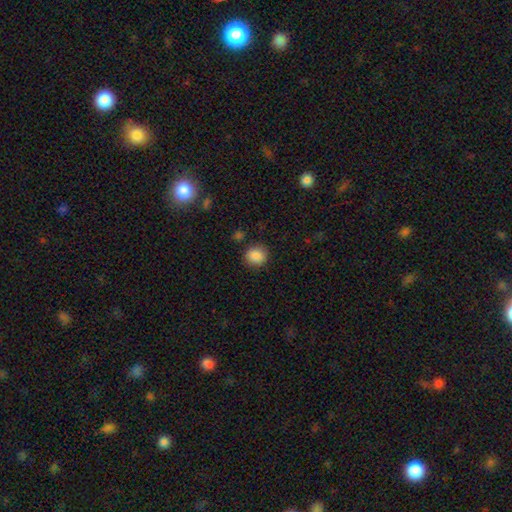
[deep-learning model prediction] Smooth or featured: smooth — 88% (star or artifact — 9%)
How rounded: round — 84% (in between — 16%)
Merging: none — 87% (minor disturbance — 8%)